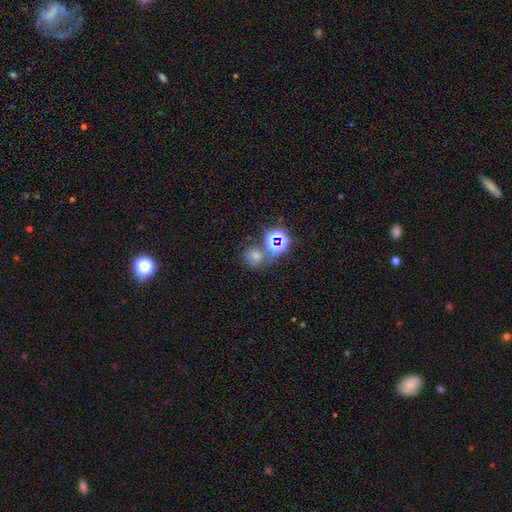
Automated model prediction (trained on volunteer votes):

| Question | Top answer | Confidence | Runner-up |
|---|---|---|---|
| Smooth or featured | smooth | 56% | star or artifact (34%) |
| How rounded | round | 74% | in between (25%) |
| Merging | none | 56% | merger (26%) |